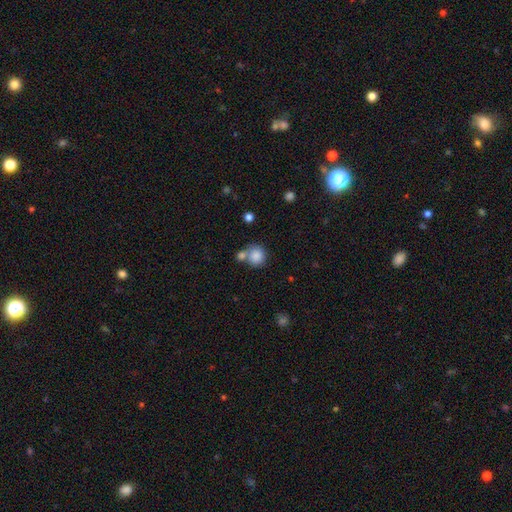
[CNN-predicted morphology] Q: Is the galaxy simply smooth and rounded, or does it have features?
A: smooth — 85%.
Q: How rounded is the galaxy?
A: round — 87%.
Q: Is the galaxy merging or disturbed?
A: none — 48%.